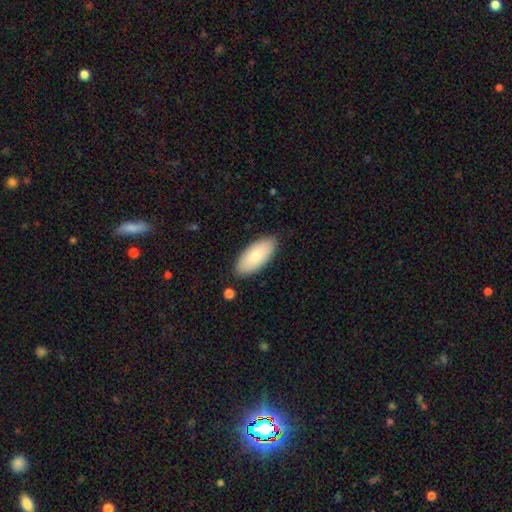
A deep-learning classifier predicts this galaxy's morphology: Smooth or featured? Predicted: smooth (p=0.80). How rounded? Predicted: in between (p=0.90). Merging? Predicted: none (p=0.86).